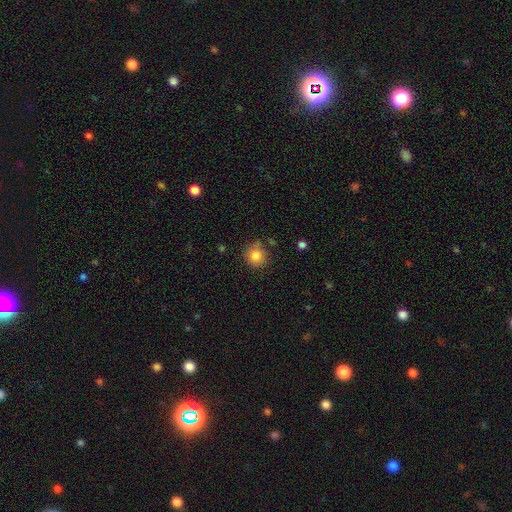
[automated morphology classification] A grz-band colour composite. It shows a smooth galaxy with no disk features (84%) that is round (89%). Merging: none (75%).